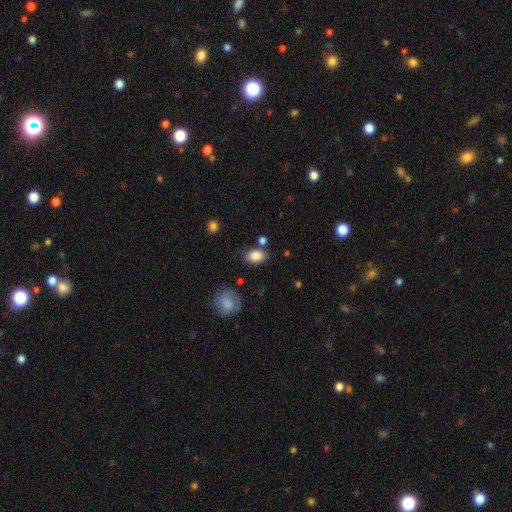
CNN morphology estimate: A smooth galaxy with no disk features (86%) that is in between round and cigar-shaped (79%).

Vote fractions:
- Smooth or featured? smooth: 86% / star or artifact: 8% / featured or disk: 6%
- How rounded? in between: 79% / round: 19% / cigar-shaped: 1%
- Merging? none: 73% / minor disturbance: 15% / merger: 7% / major disturbance: 4%